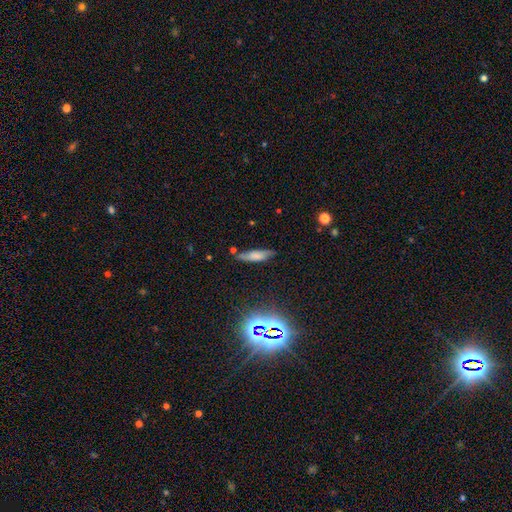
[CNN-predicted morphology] smooth 65%, featured or disk 22%, star or artifact 13%. Down the decision tree: how rounded — cigar-shaped (62%); merging — none (71%).